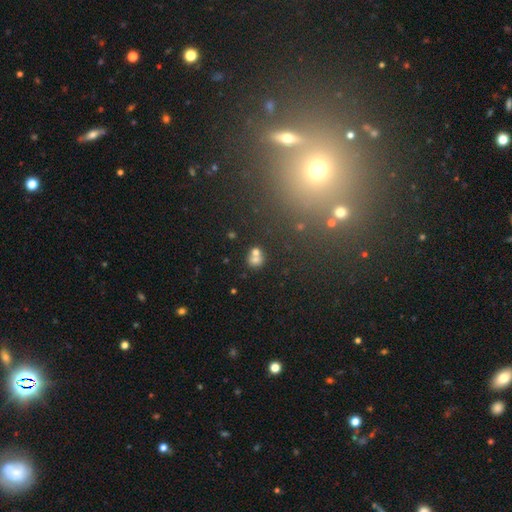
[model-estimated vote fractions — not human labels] Smooth or featured? Predicted: smooth (p=0.67). How rounded? Predicted: round (p=0.76). Merging? Predicted: merger (p=0.46).